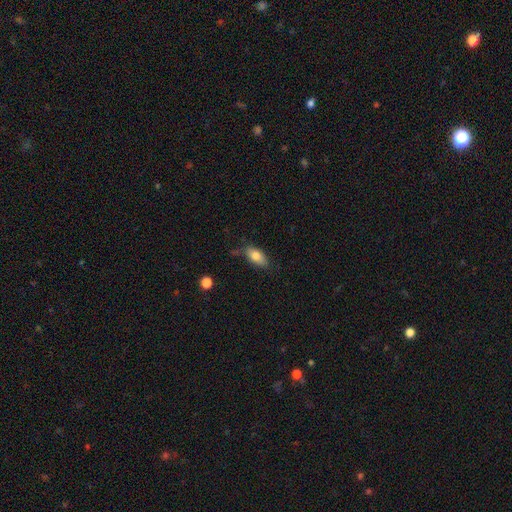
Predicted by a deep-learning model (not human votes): The model was most divided on "merging": none: 66%, minor disturbance: 24%, major disturbance: 6%, merger: 4%. More confident: how rounded — in between (88%); smooth or featured — smooth (78%).